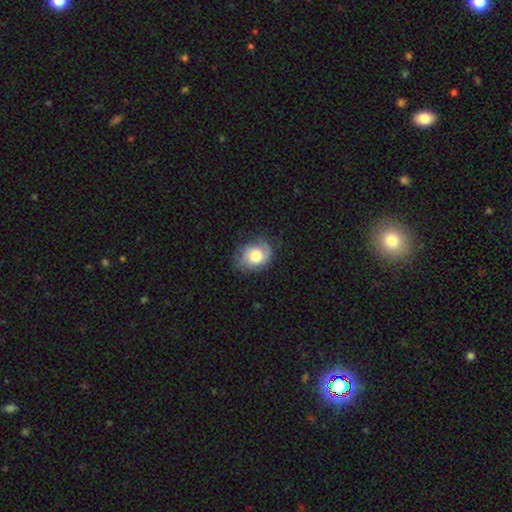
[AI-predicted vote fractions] Morphology: type=smooth (60%); roundness=in between (57%); merging=none (63%).